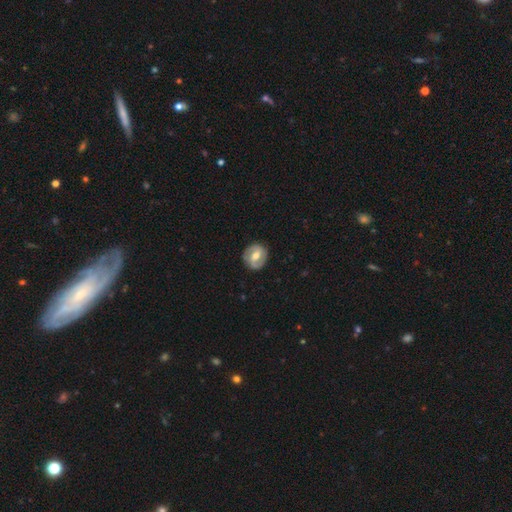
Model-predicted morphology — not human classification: featured or disk 66%, smooth 29%, star or artifact 5%. Down the decision tree: edge-on disk — no (96%); bar — weak (46%); spiral arms — yes (73%); bulge size — moderate (73%); merging — none (86%).